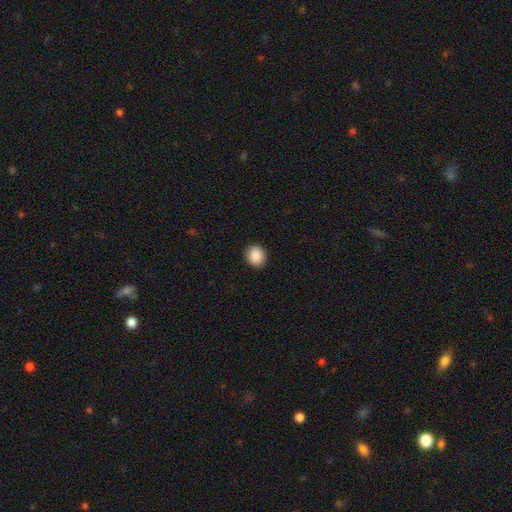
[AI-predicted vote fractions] The model was most divided on "how rounded": round: 67%, in between: 32%, cigar-shaped: 1%. More confident: merging — none (91%); smooth or featured — smooth (90%).